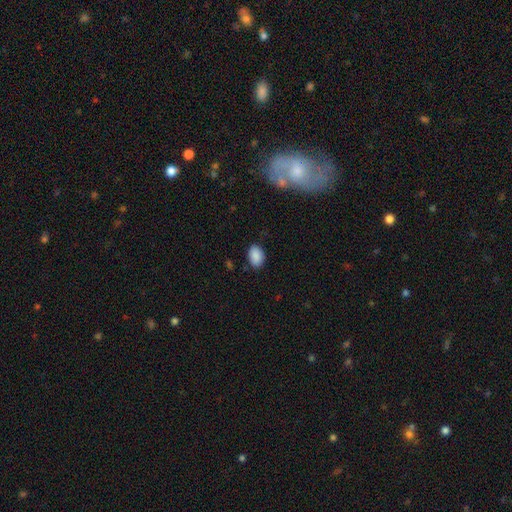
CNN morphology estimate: Overall: smooth (89%). How rounded: in between (83%). Merging: none (82%).